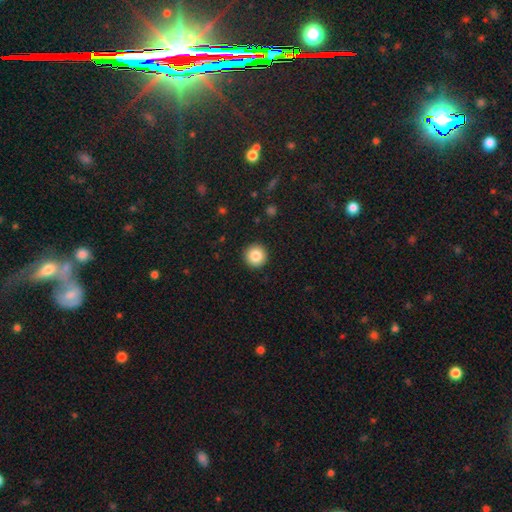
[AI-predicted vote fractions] A smooth galaxy with no disk features (85%) that is round (96%).

Vote fractions:
- Smooth or featured? smooth: 85% / star or artifact: 9% / featured or disk: 6%
- How rounded? round: 96% / in between: 3% / cigar-shaped: 1%
- Merging? none: 93% / minor disturbance: 4% / major disturbance: 2% / merger: 1%